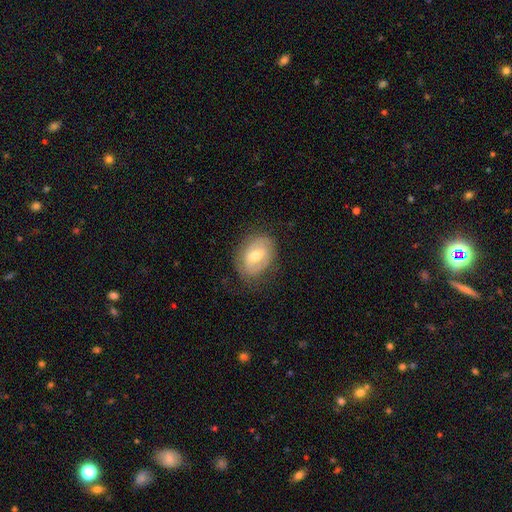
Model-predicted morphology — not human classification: Overall: featured or disk (47%; smooth 46%). Merging: none (71%).